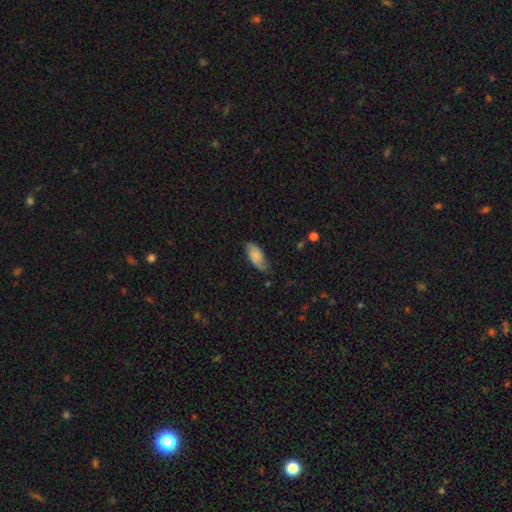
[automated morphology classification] The model was most divided on "smooth or featured": smooth: 69%, featured or disk: 24%, star or artifact: 7%. More confident: how rounded — in between (89%); merging — none (70%).